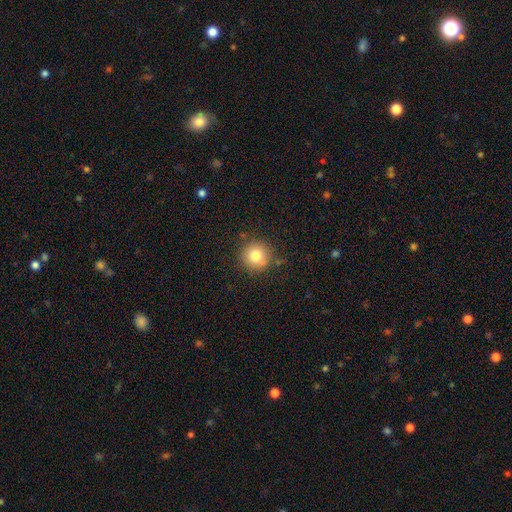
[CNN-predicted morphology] Smooth or featured?
  - smooth: 80% *
  - star or artifact: 11%
  - featured or disk: 9%
How rounded?
  - round: 93% *
  - in between: 6%
  - cigar-shaped: 1%
Merging?
  - none: 84% *
  - minor disturbance: 11%
  - major disturbance: 3%
  - merger: 3%